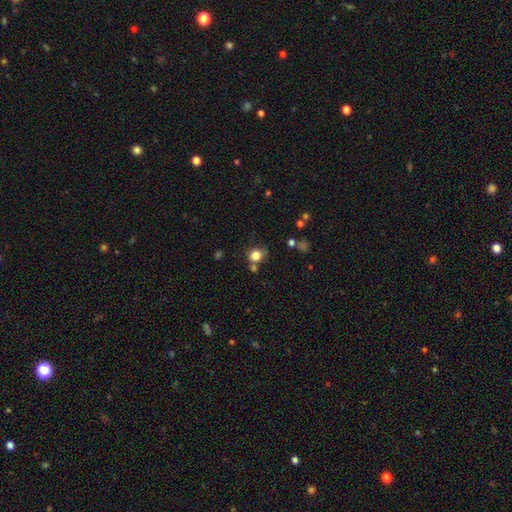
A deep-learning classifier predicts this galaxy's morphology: Smooth or featured? Predicted: smooth (p=0.82). How rounded? Predicted: round (p=0.81). Merging? Predicted: none (p=0.63).